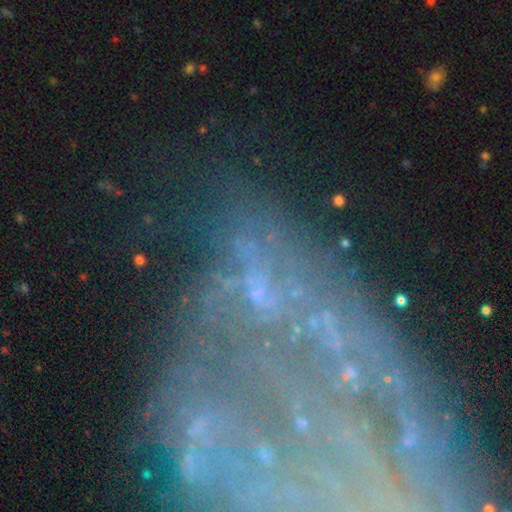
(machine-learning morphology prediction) The model was most divided on "smooth or featured": featured or disk: 54%, star or artifact: 31%, smooth: 15%. More confident: edge-on disk — no (90%); merging — none (50%).